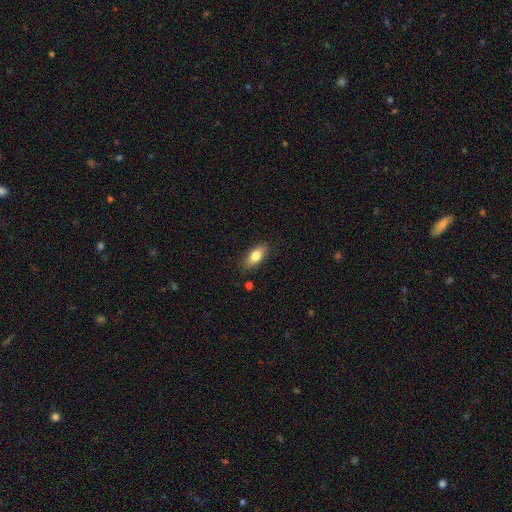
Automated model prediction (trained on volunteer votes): Smooth or featured? smooth (79%)
How rounded? in between (85%)
Merging? none (85%)